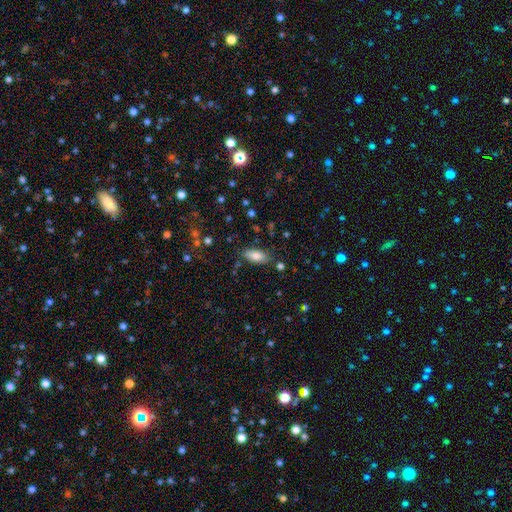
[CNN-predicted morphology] Smooth or featured: smooth — 82% (featured or disk — 10%)
How rounded: in between — 87% (cigar-shaped — 11%)
Merging: none — 79% (minor disturbance — 14%)